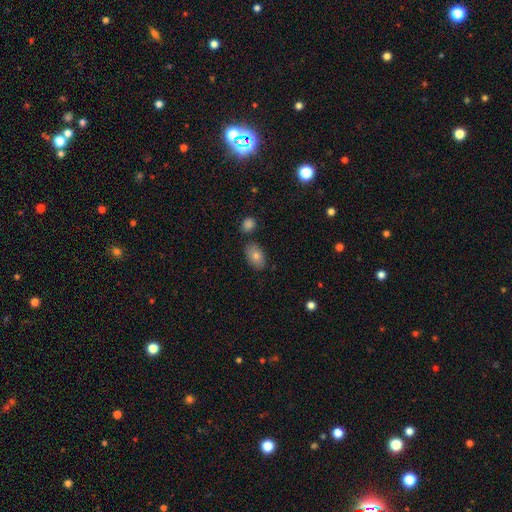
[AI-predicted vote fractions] smooth 77%, featured or disk 13%, star or artifact 10%. Down the decision tree: how rounded — in between (87%); merging — none (79%).